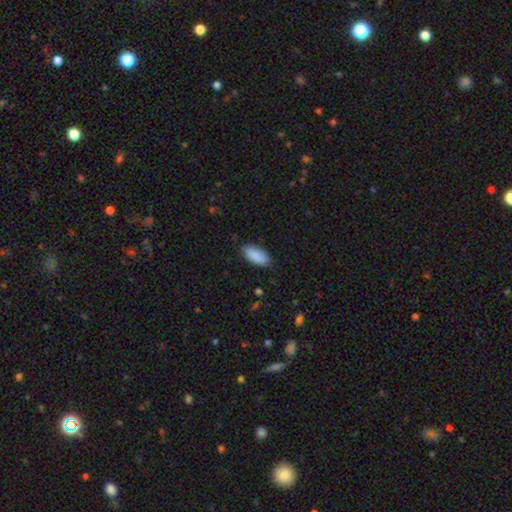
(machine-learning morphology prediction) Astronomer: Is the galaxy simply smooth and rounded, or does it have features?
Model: smooth — 90%.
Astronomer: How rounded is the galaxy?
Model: in between — 88%.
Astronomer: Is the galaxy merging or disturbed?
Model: none — 85%.